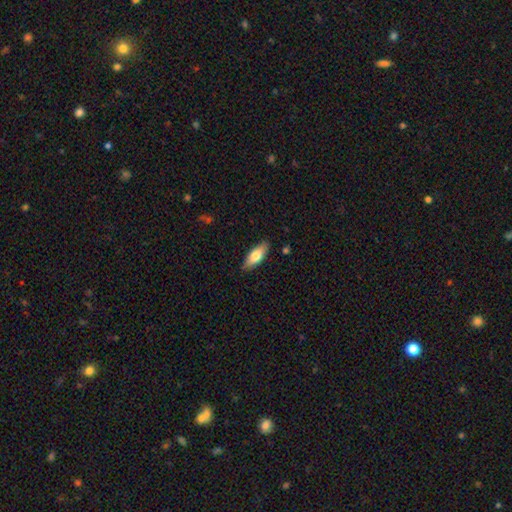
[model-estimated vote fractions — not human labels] A smooth galaxy with no disk features (70%) that is in between round and cigar-shaped (69%).

Vote fractions:
- Smooth or featured? smooth: 70% / featured or disk: 24% / star or artifact: 6%
- How rounded? in between: 69% / cigar-shaped: 29% / round: 2%
- Merging? none: 86% / minor disturbance: 10% / major disturbance: 2% / merger: 1%